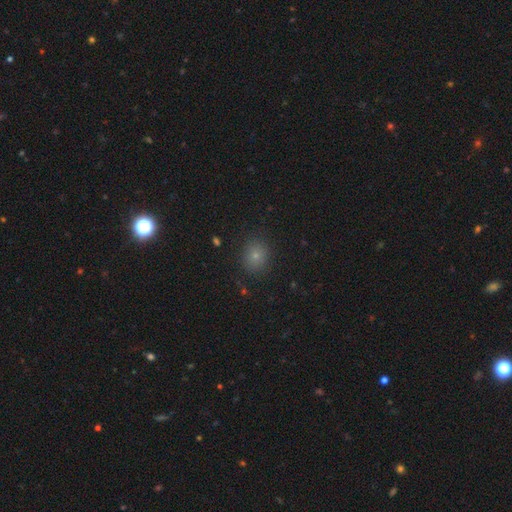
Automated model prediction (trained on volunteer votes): smooth_or_featured: smooth (p=0.75) [alt: star or artifact p=0.17]
how_rounded: round (p=0.71) [alt: in between p=0.28]
merging: none (p=0.86) [alt: minor disturbance p=0.09]